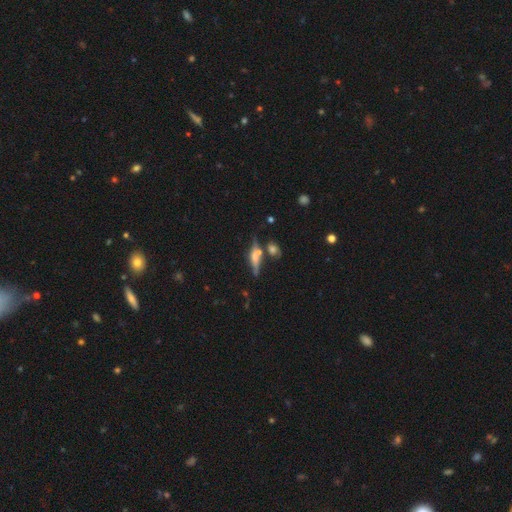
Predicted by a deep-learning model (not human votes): This is possibly a featured or disk galaxy (54%). It is clearly viewed edge-on (87%). Merging: possibly none (54%).